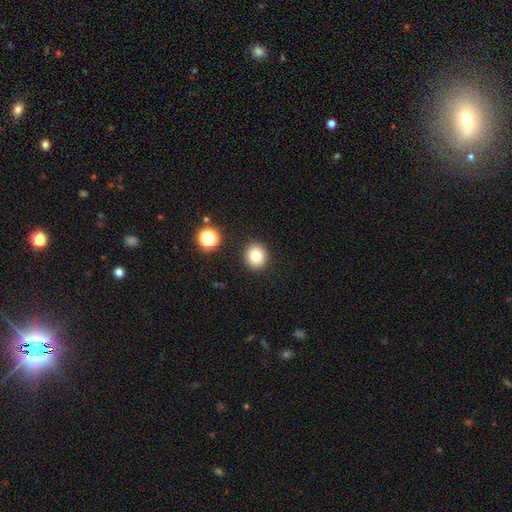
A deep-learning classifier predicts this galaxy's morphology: type=smooth (80%); roundness=round (81%); merging=none (90%).